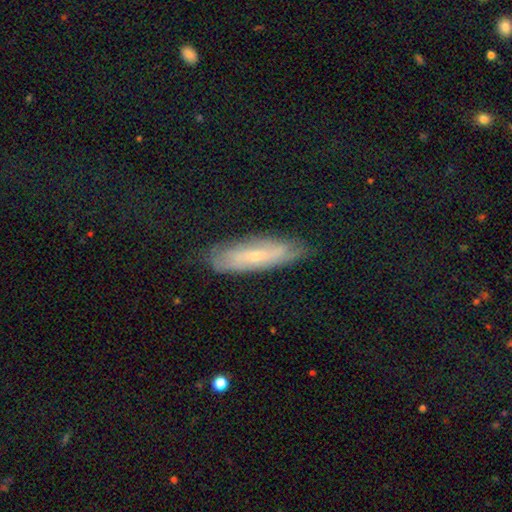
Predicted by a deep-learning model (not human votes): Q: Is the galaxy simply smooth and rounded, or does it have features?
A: featured or disk — 56%.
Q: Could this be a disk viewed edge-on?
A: no — 64%.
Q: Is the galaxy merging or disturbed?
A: none — 77%.